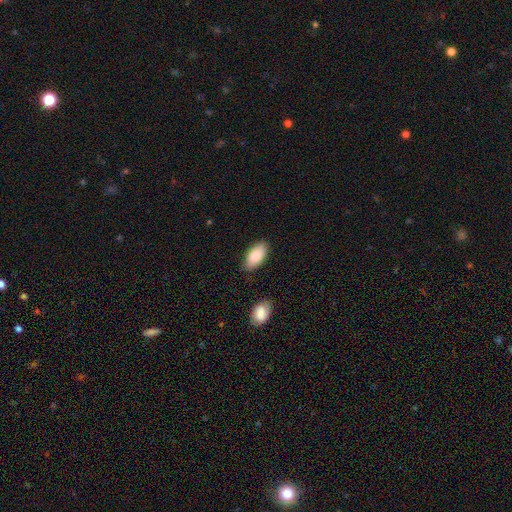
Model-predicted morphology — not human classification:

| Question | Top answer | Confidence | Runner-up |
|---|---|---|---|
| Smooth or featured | smooth | 85% | featured or disk (9%) |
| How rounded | in between | 93% | cigar-shaped (4%) |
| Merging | none | 82% | minor disturbance (13%) |